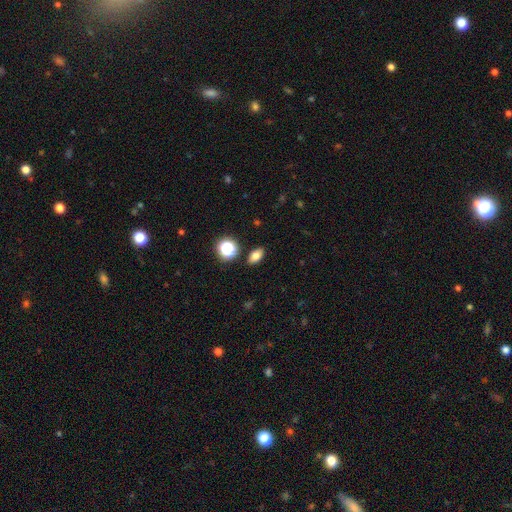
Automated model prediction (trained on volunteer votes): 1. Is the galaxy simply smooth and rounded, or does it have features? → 77% smooth, 14% star or artifact, 10% featured or disk.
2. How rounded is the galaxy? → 84% in between, 13% round, 3% cigar-shaped.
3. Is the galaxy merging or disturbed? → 87% none, 8% minor disturbance, 3% merger, 2% major disturbance.